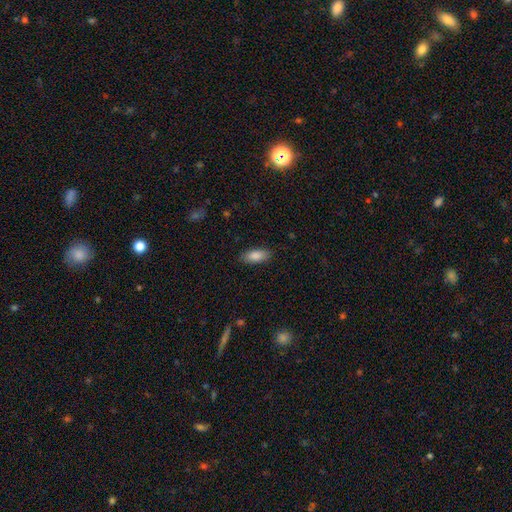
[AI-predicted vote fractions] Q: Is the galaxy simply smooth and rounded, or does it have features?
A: smooth — 87%.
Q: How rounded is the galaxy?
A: in between — 84%.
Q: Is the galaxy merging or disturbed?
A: none — 87%.